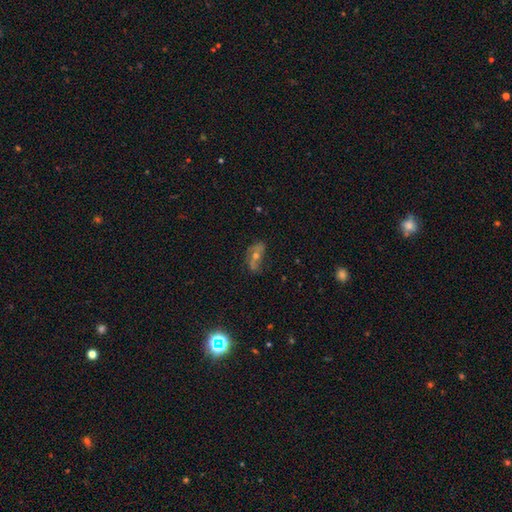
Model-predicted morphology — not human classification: featured or disk 51%, smooth 25%, star or artifact 23%. Down the decision tree: edge-on disk — no (87%); merging — none (58%).